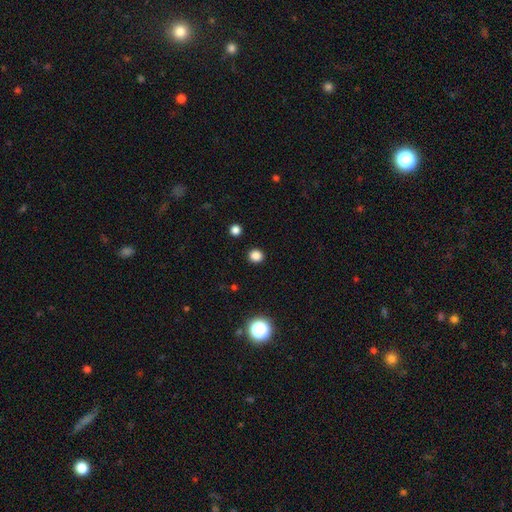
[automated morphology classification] type=smooth (84%); roundness=round (88%); merging=none (92%).